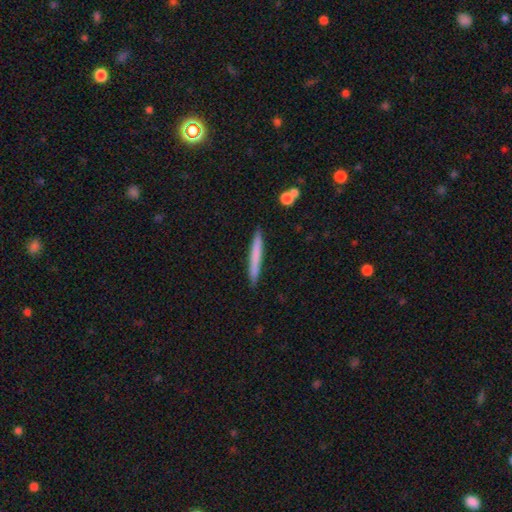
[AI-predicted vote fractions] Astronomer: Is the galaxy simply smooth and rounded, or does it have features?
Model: smooth — 71%.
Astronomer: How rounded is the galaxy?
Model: cigar-shaped — 96%.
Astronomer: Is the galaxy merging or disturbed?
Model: none — 90%.